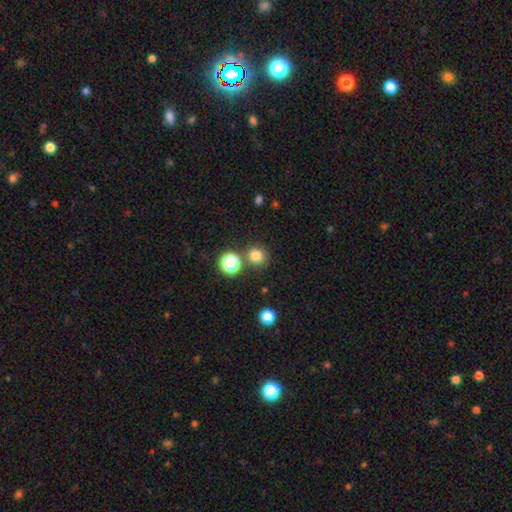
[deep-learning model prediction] smooth_or_featured: smooth (p=0.78) [alt: star or artifact p=0.17]
how_rounded: round (p=0.92) [alt: in between p=0.07]
merging: none (p=0.81) [alt: merger p=0.09]